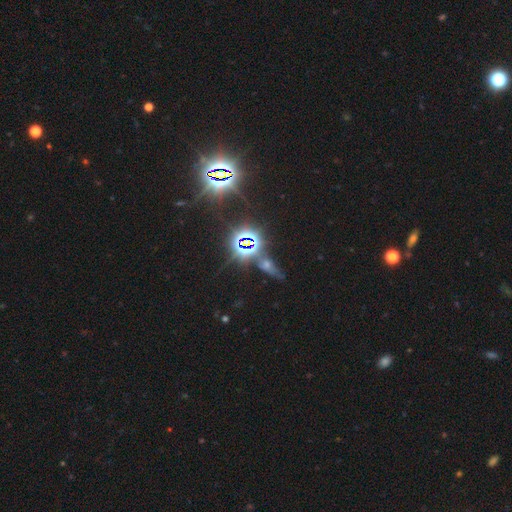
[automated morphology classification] Smooth or featured: star or artifact — 79% (smooth — 13%)